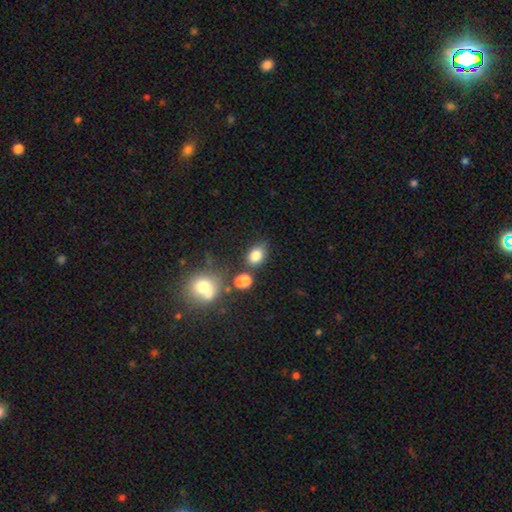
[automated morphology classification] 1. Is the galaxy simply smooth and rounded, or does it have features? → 80% smooth, 12% star or artifact, 8% featured or disk.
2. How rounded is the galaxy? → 69% in between, 29% round, 2% cigar-shaped.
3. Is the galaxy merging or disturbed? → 60% none, 19% minor disturbance, 14% merger, 7% major disturbance.